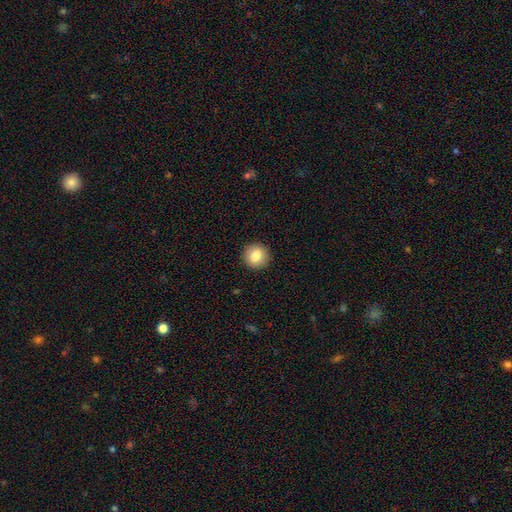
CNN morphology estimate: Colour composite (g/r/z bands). It shows a smooth galaxy with no disk features (81%) that is round (91%). Merging: none (92%).